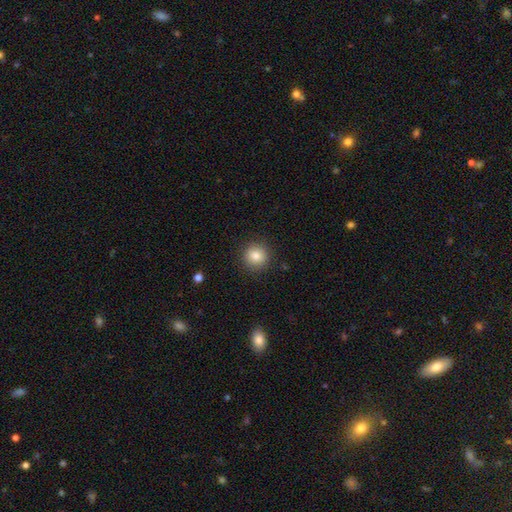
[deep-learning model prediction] smooth_or_featured: smooth (p=0.84) [alt: star or artifact p=0.10]
how_rounded: round (p=0.92) [alt: in between p=0.07]
merging: none (p=0.90) [alt: minor disturbance p=0.06]